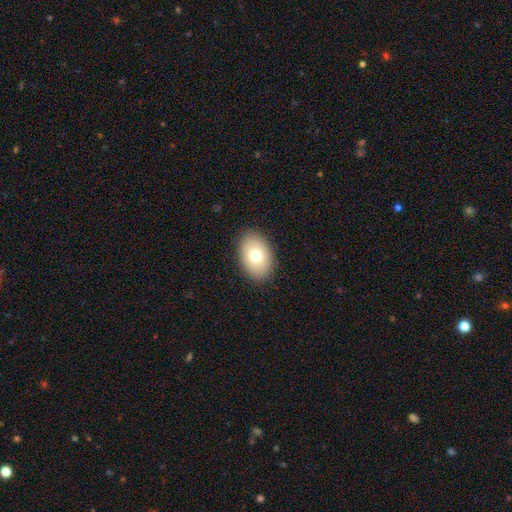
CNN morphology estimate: Smooth or featured? smooth (74%)
How rounded? in between (86%)
Merging? none (88%)